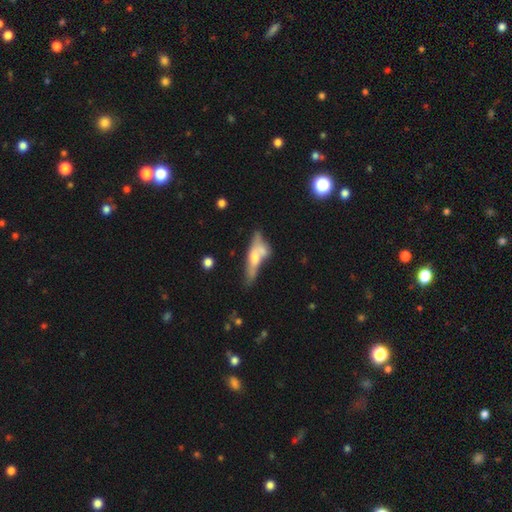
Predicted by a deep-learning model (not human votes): Smooth or featured?
  - smooth: 47% *
  - featured or disk: 46%
  - star or artifact: 8%
Merging?
  - merger: 38% *
  - none: 31%
  - minor disturbance: 18%
  - major disturbance: 14%